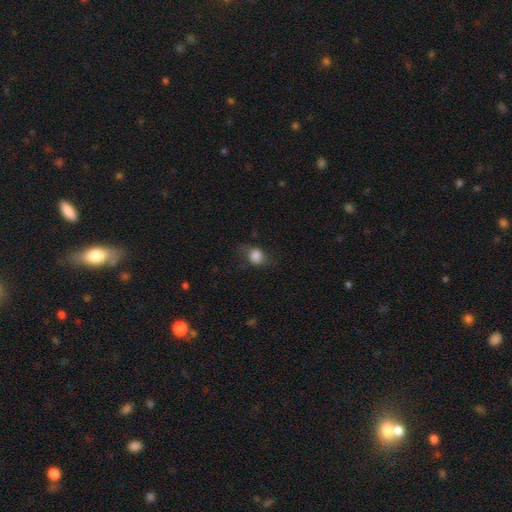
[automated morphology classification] Smooth or featured?
  - smooth: 77% *
  - featured or disk: 14%
  - star or artifact: 9%
How rounded?
  - round: 59% *
  - in between: 40%
  - cigar-shaped: 2%
Merging?
  - none: 60% *
  - minor disturbance: 24%
  - major disturbance: 14%
  - merger: 1%